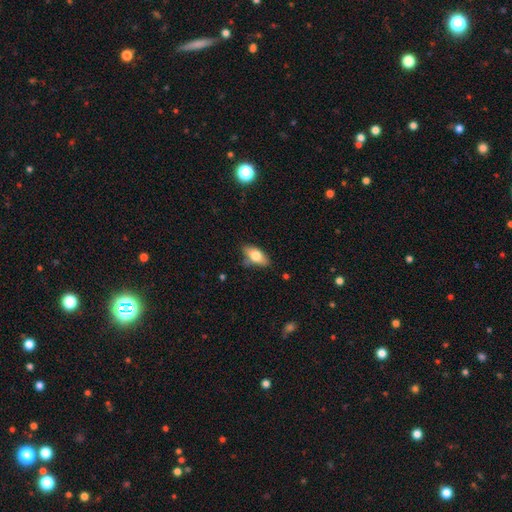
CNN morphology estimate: Smooth or featured?
  - smooth: 70% *
  - featured or disk: 22%
  - star or artifact: 7%
How rounded?
  - in between: 84% *
  - cigar-shaped: 12%
  - round: 4%
Merging?
  - none: 72% *
  - minor disturbance: 21%
  - major disturbance: 4%
  - merger: 3%